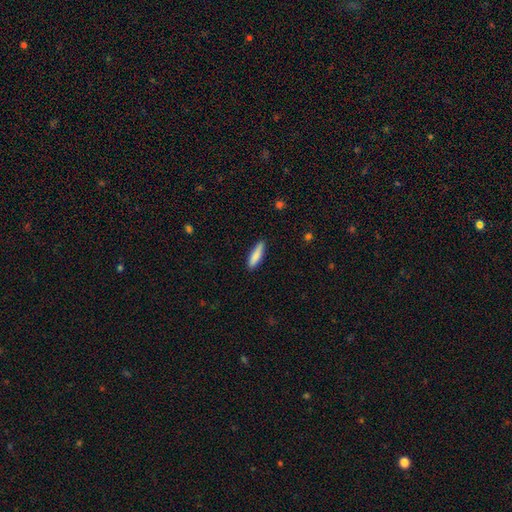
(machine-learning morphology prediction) Smooth or featured? smooth (84%)
How rounded? cigar-shaped (74%)
Merging? none (85%)